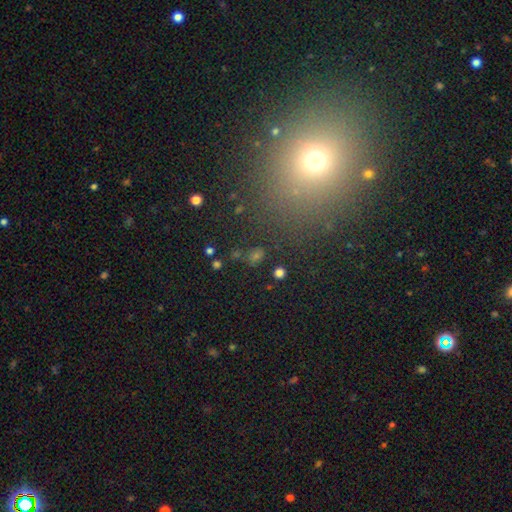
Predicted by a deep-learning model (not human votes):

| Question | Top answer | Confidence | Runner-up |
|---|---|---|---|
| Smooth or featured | smooth | 49% | star or artifact (40%) |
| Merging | none | 77% | minor disturbance (11%) |